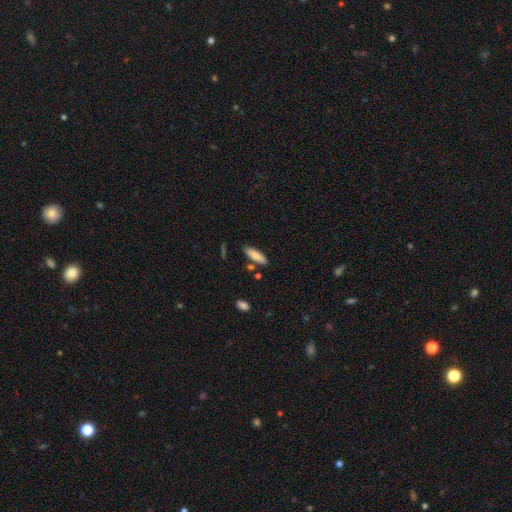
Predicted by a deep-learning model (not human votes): This is clearly a smooth galaxy (84%). How rounded: possibly in between (50%). Merging: clearly none (82%).